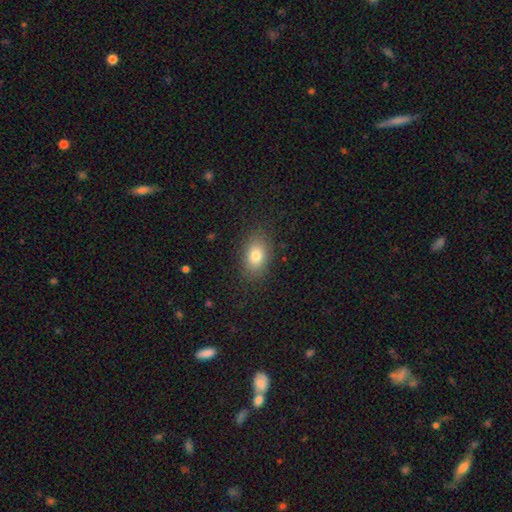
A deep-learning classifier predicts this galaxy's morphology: Smooth or featured? smooth (82%)
How rounded? in between (84%)
Merging? none (85%)